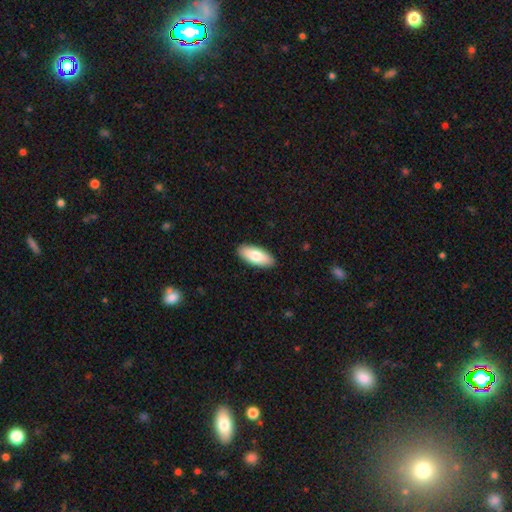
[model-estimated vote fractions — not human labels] smooth-or-featured: smooth: 80% | featured or disk: 14% | star or artifact: 6%
  how-rounded: in between: 85% | cigar-shaped: 13% | round: 2%
  merging: none: 90% | minor disturbance: 7% | major disturbance: 2% | merger: 1%